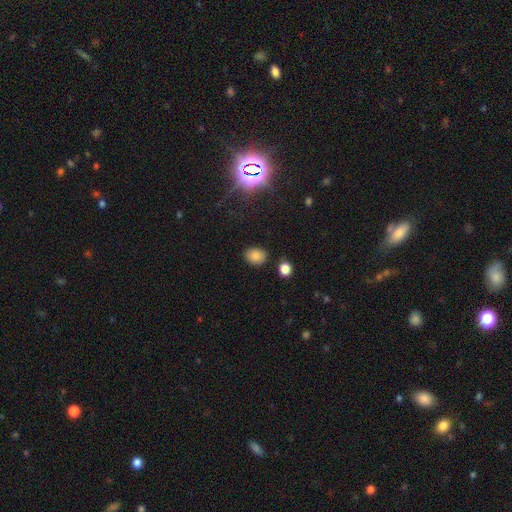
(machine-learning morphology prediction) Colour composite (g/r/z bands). It shows a smooth galaxy with no disk features (81%) that is in between round and cigar-shaped (59%). Merging: none (84%).